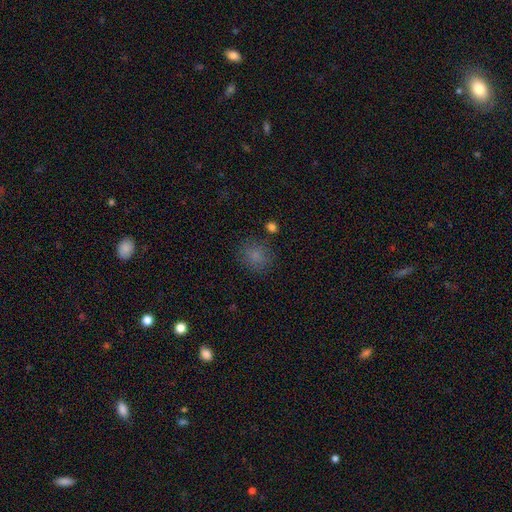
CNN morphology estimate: Smooth or featured? smooth (81%)
How rounded? round (79%)
Merging? none (83%)